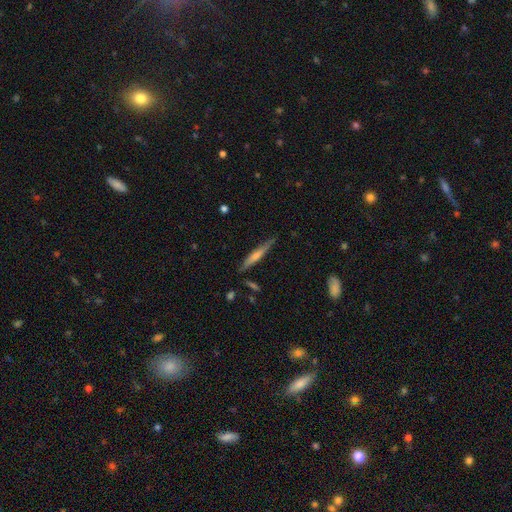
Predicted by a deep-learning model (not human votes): The model was most divided on "smooth or featured": featured or disk: 54%, smooth: 39%, star or artifact: 6%. More confident: edge-on disk — yes (95%); merging — none (82%); edge-on bulge — rounded (56%).